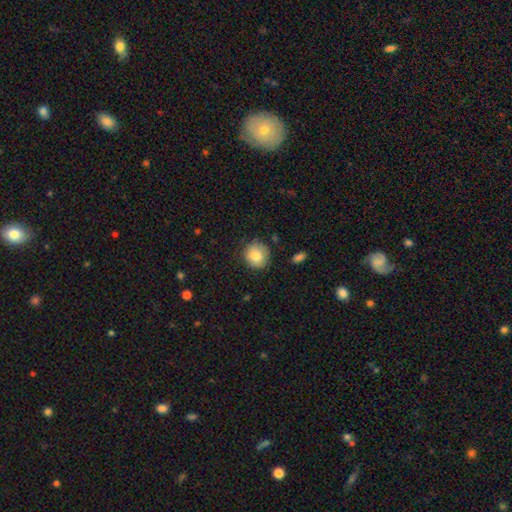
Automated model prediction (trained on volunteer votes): A smooth galaxy with no disk features (82%) that is round (87%). Merging: none (80%).